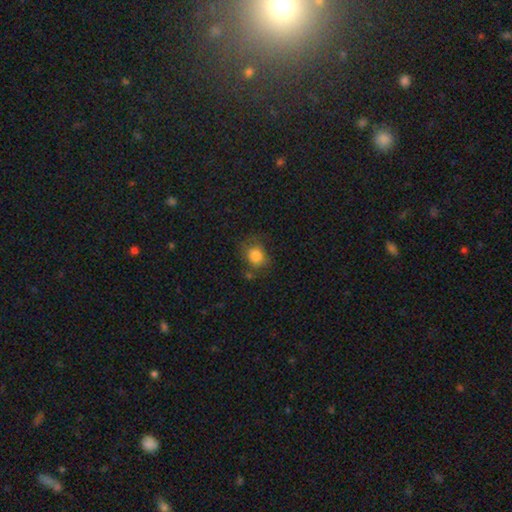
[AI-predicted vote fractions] A smooth galaxy with no disk features (82%) that is round (64%). Merging: none (63%).